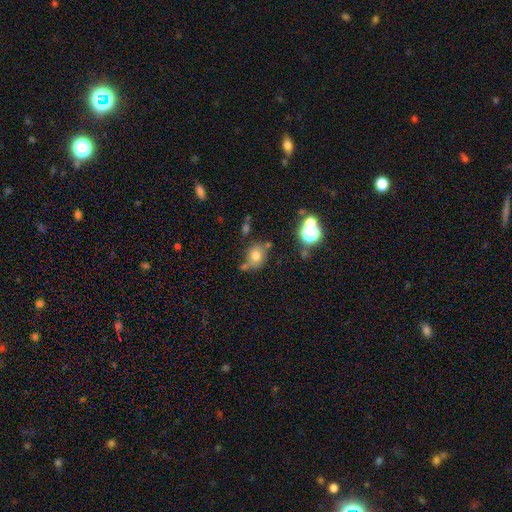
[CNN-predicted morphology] Smooth or featured?
  - smooth: 71% *
  - star or artifact: 16%
  - featured or disk: 13%
How rounded?
  - round: 65% *
  - in between: 33%
  - cigar-shaped: 1%
Merging?
  - none: 60% *
  - minor disturbance: 19%
  - merger: 14%
  - major disturbance: 7%